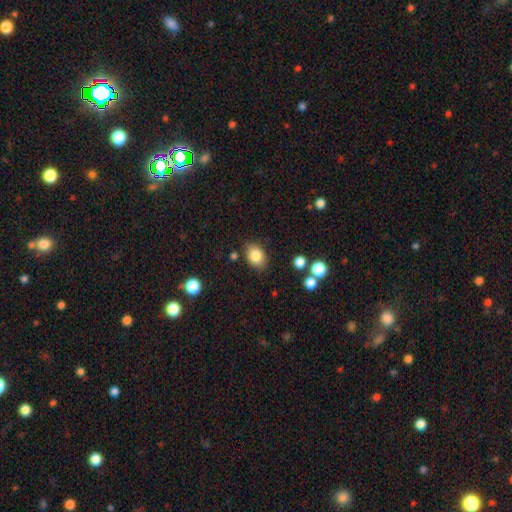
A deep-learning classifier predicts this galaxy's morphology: This appears to be a smooth galaxy with no disk features (84%) that is in between round and cigar-shaped (70%). Merging: none (82%).